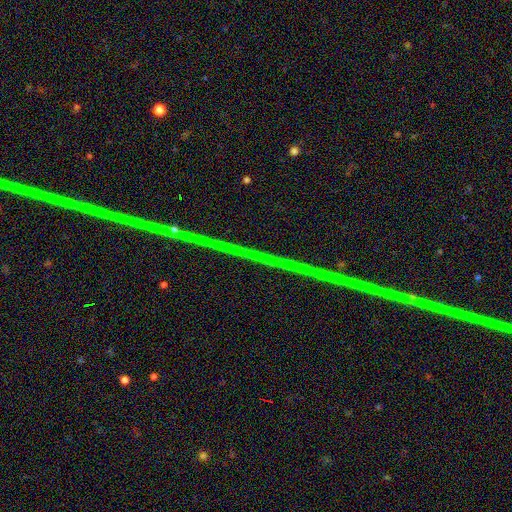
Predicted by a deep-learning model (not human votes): A star or artifact, not a galaxy (79%).

Vote fractions:
- Smooth or featured? star or artifact: 79% / featured or disk: 14% / smooth: 7%